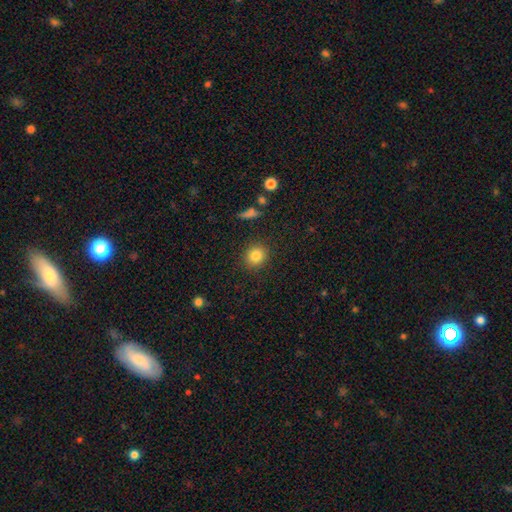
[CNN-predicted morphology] The model was most divided on "how rounded": round: 82%, in between: 17%, cigar-shaped: 1%. More confident: merging — none (88%); smooth or featured — smooth (83%).